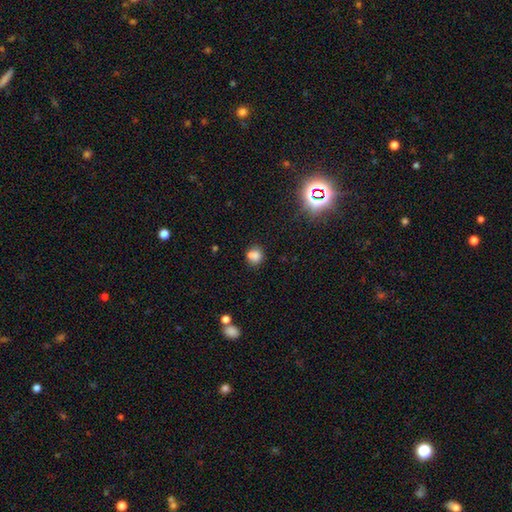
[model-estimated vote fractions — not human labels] A smooth galaxy with no disk features (77%) that is round (75%).

Vote fractions:
- Smooth or featured? smooth: 77% / star or artifact: 14% / featured or disk: 9%
- How rounded? round: 75% / in between: 24% / cigar-shaped: 1%
- Merging? none: 61% / merger: 20% / minor disturbance: 15% / major disturbance: 5%